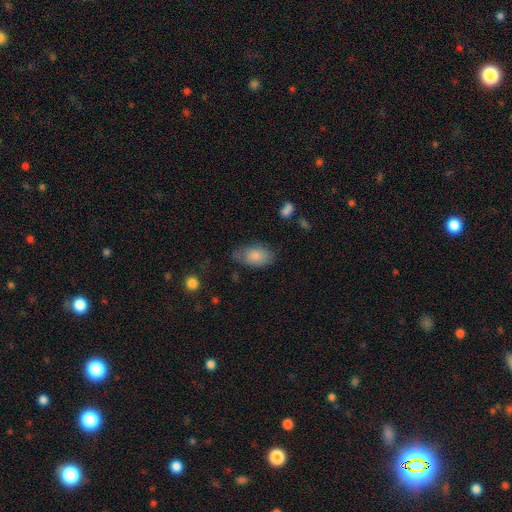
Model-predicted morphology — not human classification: The model was most divided on "merging": none: 64%, minor disturbance: 26%, major disturbance: 8%, merger: 2%. More confident: how rounded — in between (91%); smooth or featured — smooth (80%).